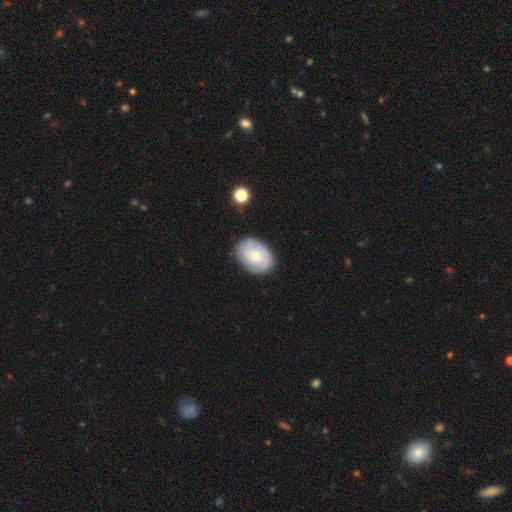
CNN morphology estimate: smooth 56%, featured or disk 37%, star or artifact 7%. Down the decision tree: how rounded — in between (72%); merging — none (78%).